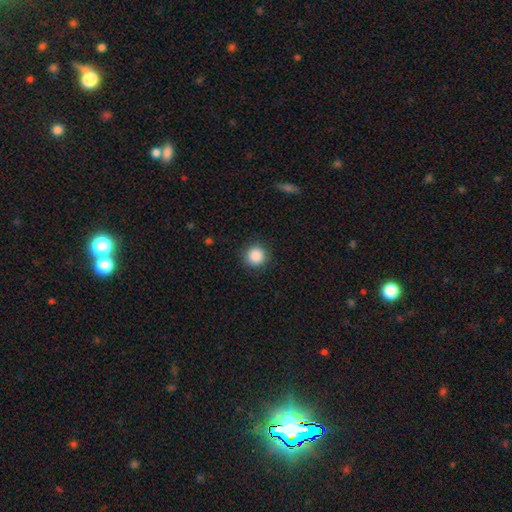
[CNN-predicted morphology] smooth 88%, star or artifact 9%, featured or disk 3%. Down the decision tree: how rounded — round (94%); merging — none (90%).